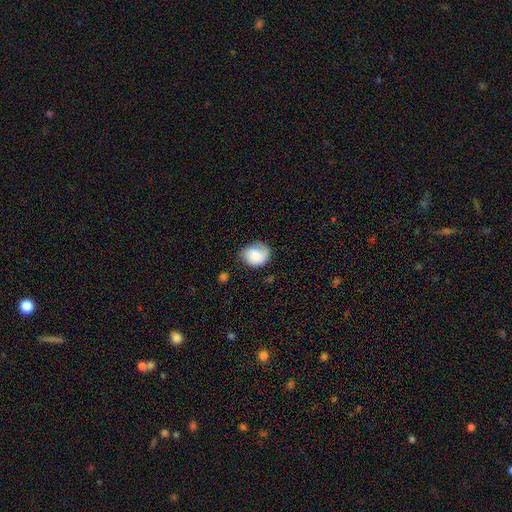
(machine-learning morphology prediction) smooth-or-featured: smooth: 70% | featured or disk: 22% | star or artifact: 7%
  how-rounded: round: 58% | in between: 41% | cigar-shaped: 1%
  merging: none: 57% | minor disturbance: 31% | major disturbance: 10% | merger: 2%